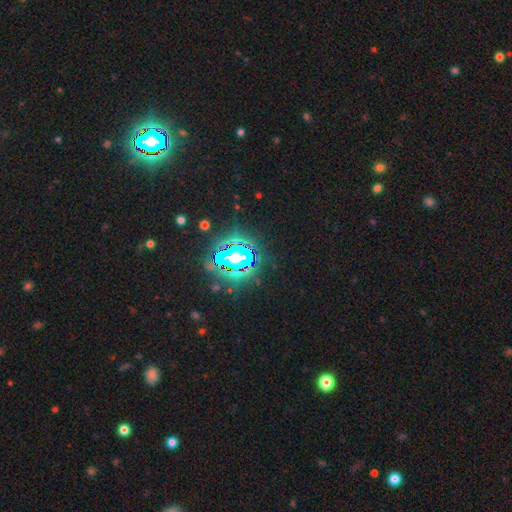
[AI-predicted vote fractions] Smooth or featured? Predicted: star or artifact (p=0.84).